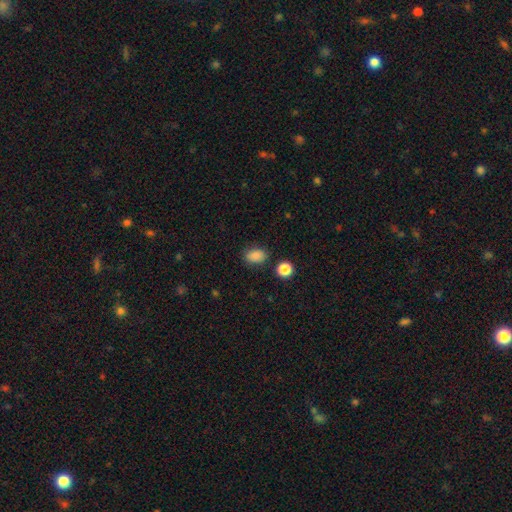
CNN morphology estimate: Q: Smooth or featured?
A: smooth (86%); runner-up: star or artifact (10%)
Q: How rounded?
A: in between (79%); runner-up: round (20%)
Q: Merging?
A: none (81%); runner-up: minor disturbance (12%)